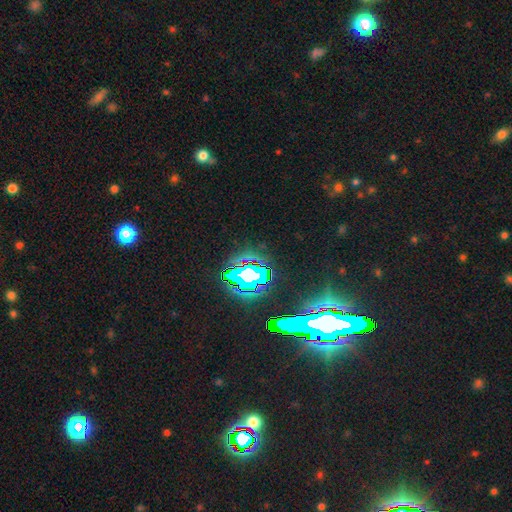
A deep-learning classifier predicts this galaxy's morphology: Smooth or featured?
  - star or artifact: 79% *
  - featured or disk: 11%
  - smooth: 10%